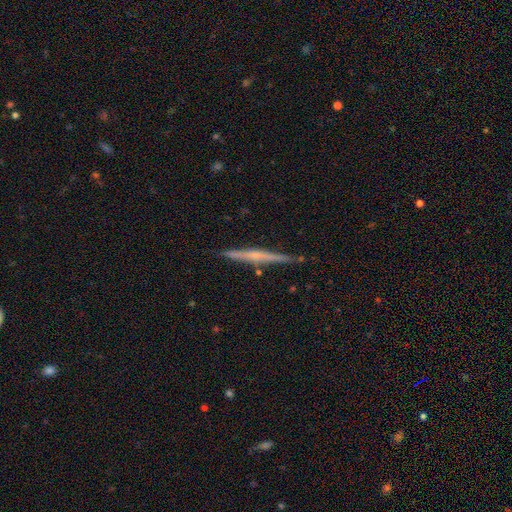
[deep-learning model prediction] This appears to be a featured or disk galaxy (67%) viewed edge-on (98%) with no central bulge (52%). Merging: none (87%).